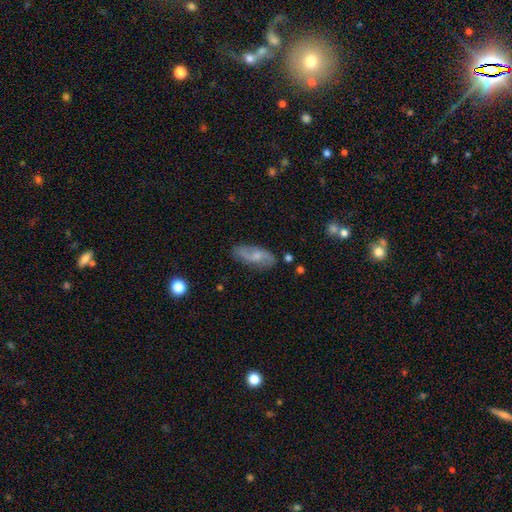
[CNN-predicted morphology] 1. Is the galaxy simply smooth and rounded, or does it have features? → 58% featured or disk, 35% smooth, 7% star or artifact.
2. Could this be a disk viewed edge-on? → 90% no, 10% yes.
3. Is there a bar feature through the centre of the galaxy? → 53% no, 40% weak, 8% strong.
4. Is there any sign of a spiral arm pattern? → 88% yes, 12% no.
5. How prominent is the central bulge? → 43% small, 36% moderate, 16% none, 4% large, 1% dominant.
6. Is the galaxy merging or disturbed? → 78% none, 16% minor disturbance, 4% major disturbance, 2% merger.